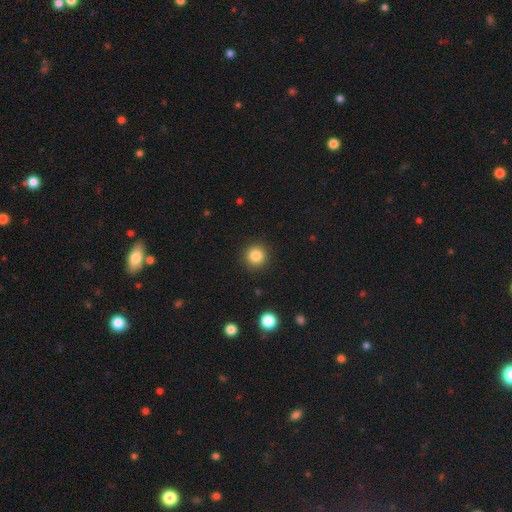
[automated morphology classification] This is clearly a smooth galaxy (85%). How rounded: clearly round (94%). Merging: clearly none (91%).